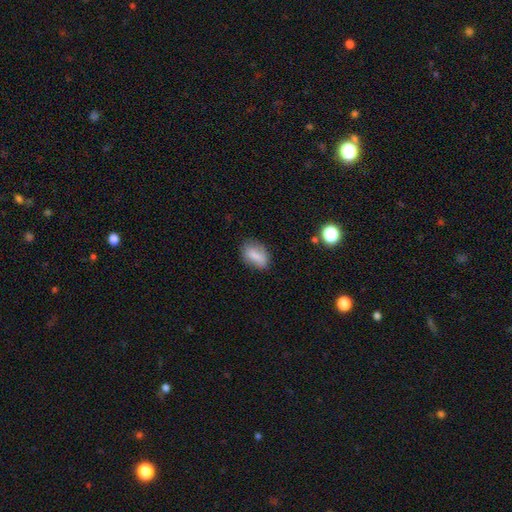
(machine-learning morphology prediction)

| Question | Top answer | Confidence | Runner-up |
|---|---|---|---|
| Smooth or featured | smooth | 78% | featured or disk (14%) |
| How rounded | in between | 84% | round (12%) |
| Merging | none | 70% | minor disturbance (22%) |